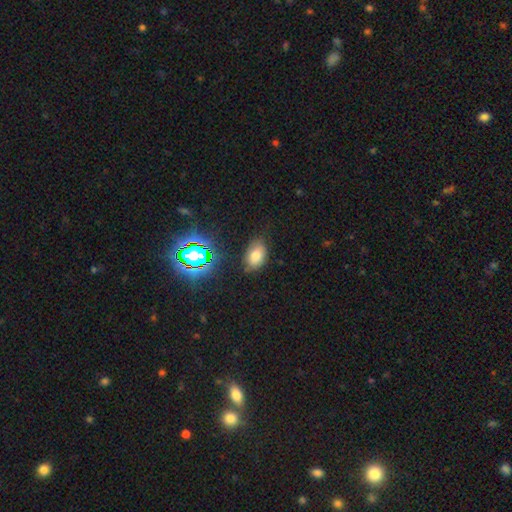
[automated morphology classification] A smooth galaxy with no disk features (71%) that is in between round and cigar-shaped (86%). Merging: none (72%).